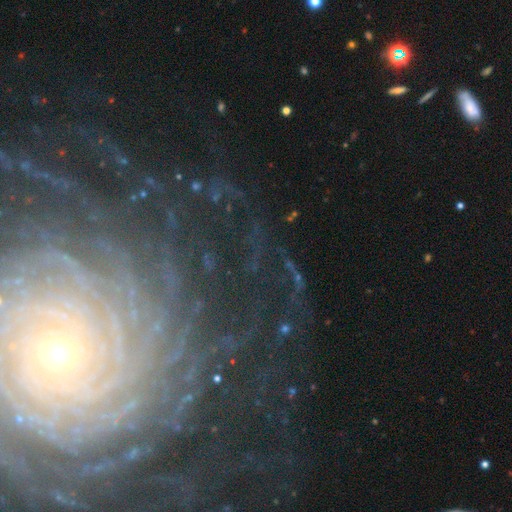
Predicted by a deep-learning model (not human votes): Smooth or featured: featured or disk — 69% (star or artifact — 21%)
Edge-on disk: no — 92% (yes — 8%)
Bar: no — 50% (weak — 27%)
Spiral arms: yes — 95% (no — 5%)
Spiral winding: tight — 76% (medium — 18%)
Spiral arm count: more than 4 — 27% (can't tell — 22%)
Bulge size: small — 73% (moderate — 17%)
Merging: none — 76% (minor disturbance — 12%)